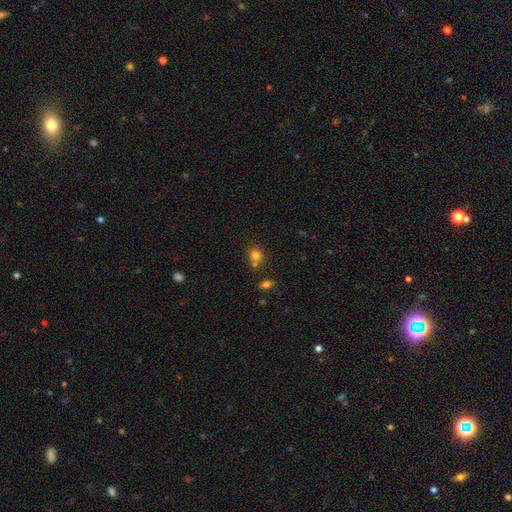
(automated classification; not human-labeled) Smooth or featured? smooth (77%)
How rounded? round (77%)
Merging? none (57%)